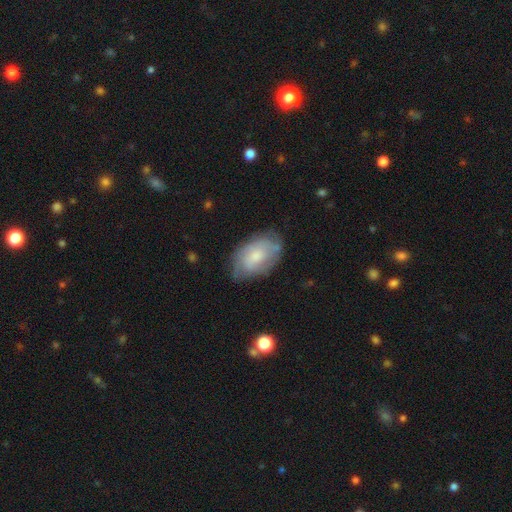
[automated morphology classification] Smooth or featured? featured or disk (49%)
Merging? none (69%)